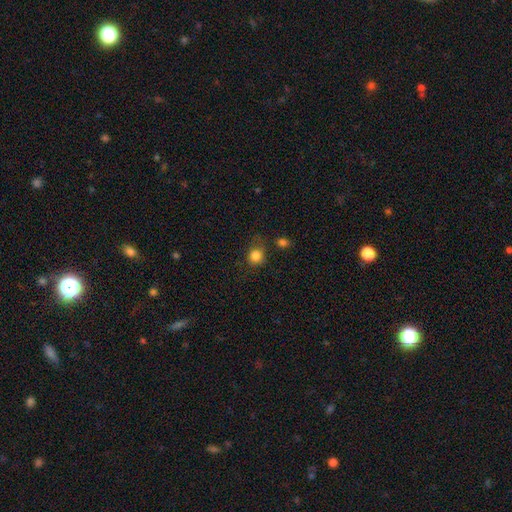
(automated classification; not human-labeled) This is clearly a smooth galaxy (83%). How rounded: likely round (79%). Merging: likely none (63%).